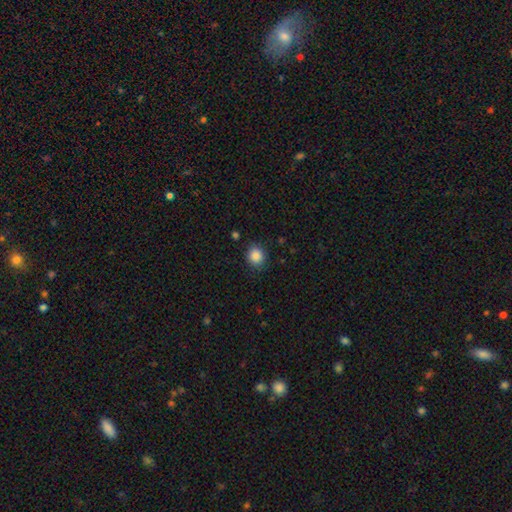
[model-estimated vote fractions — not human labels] Smooth or featured? Predicted: smooth (p=0.87). How rounded? Predicted: round (p=0.82). Merging? Predicted: none (p=0.87).